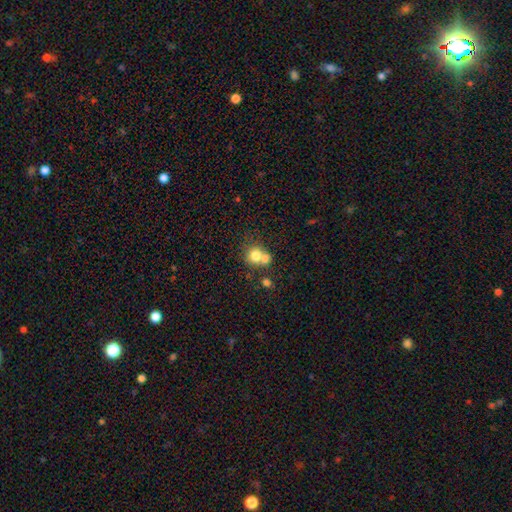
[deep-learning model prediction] Overall: smooth (74%). How rounded: round (81%). Merging: merger (54%; none 36%).